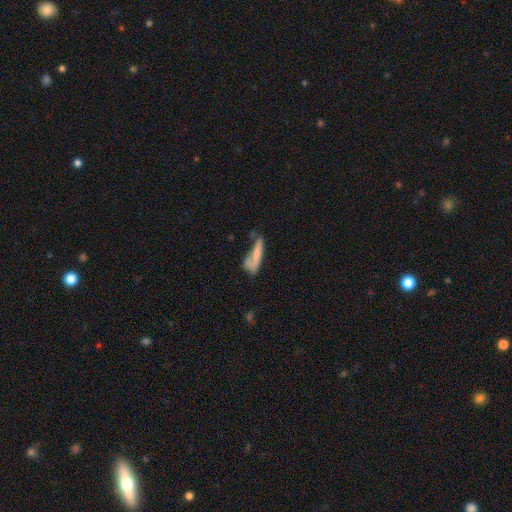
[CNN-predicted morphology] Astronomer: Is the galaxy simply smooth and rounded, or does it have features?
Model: smooth — 64%.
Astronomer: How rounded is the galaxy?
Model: cigar-shaped — 78%.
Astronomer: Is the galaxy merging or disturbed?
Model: none — 35% (runner-up: minor disturbance, 24%).